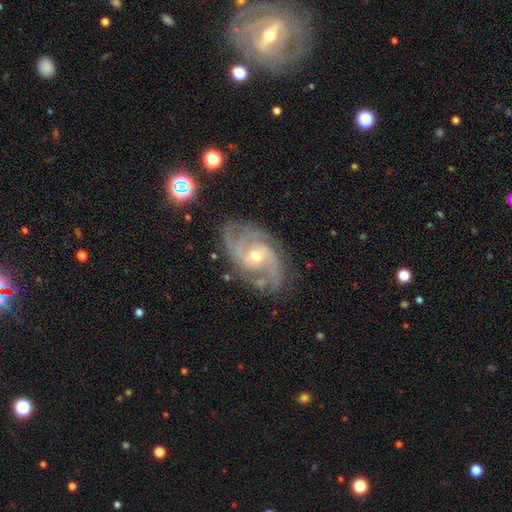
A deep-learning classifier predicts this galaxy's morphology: Q: Smooth or featured?
A: featured or disk (90%); runner-up: star or artifact (6%)
Q: Edge-on disk?
A: no (97%); runner-up: yes (3%)
Q: Bar?
A: no (57%); runner-up: weak (34%)
Q: Spiral arms?
A: yes (98%); runner-up: no (2%)
Q: Spiral winding?
A: medium (47%); runner-up: tight (43%)
Q: Spiral arm count?
A: 2 (48%); runner-up: 3 (25%)
Q: Bulge size?
A: small (53%); runner-up: moderate (44%)
Q: Merging?
A: none (79%); runner-up: minor disturbance (15%)